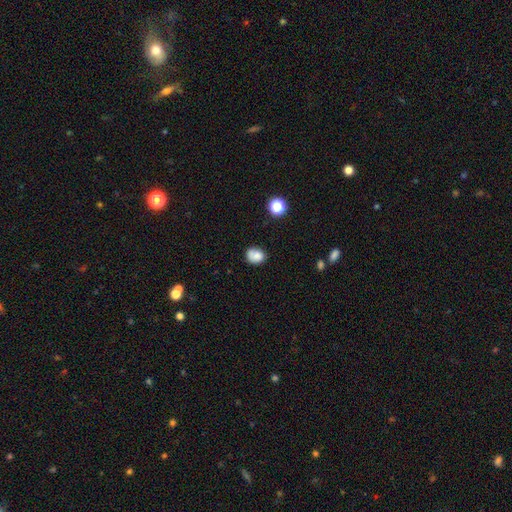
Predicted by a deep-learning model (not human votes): smooth 78%, featured or disk 12%, star or artifact 11%. Down the decision tree: how rounded — round (53%); merging — none (57%).